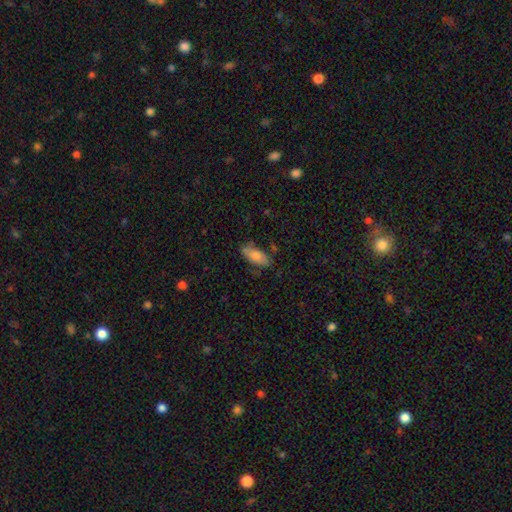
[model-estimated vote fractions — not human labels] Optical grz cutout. It shows a smooth galaxy with no disk features (79%) that is in between round and cigar-shaped (86%). Merging: none (72%).